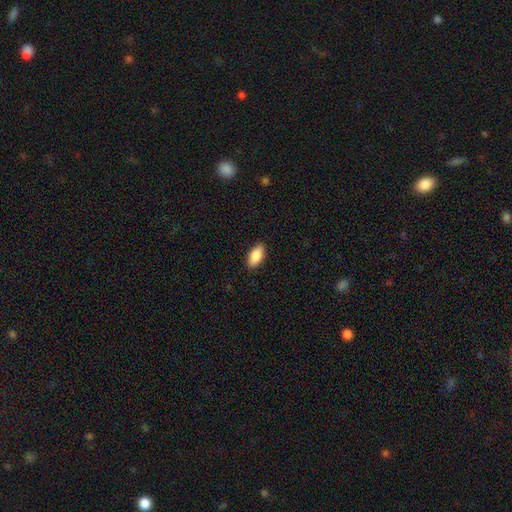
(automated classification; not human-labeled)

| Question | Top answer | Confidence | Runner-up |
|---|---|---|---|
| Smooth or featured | smooth | 86% | featured or disk (8%) |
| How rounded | in between | 89% | cigar-shaped (8%) |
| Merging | none | 89% | minor disturbance (8%) |